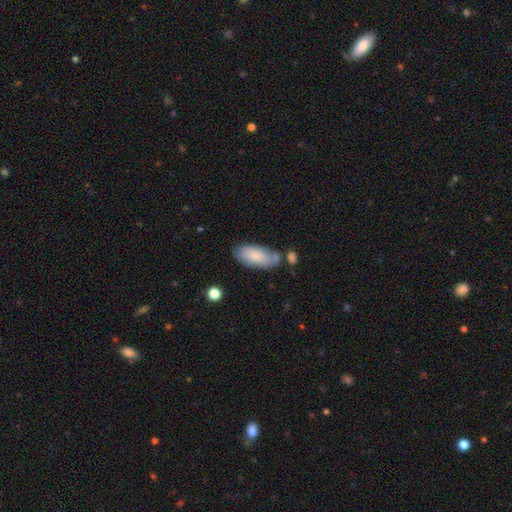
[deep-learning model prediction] A smooth galaxy with no disk features (82%) that is in between round and cigar-shaped (88%). Merging: none (63%).